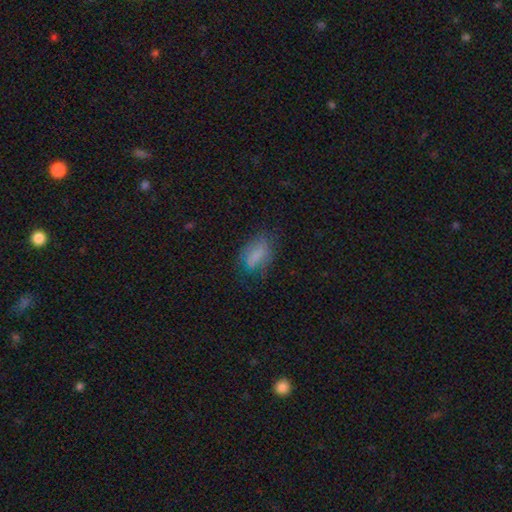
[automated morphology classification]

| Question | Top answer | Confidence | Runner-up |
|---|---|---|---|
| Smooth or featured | smooth | 69% | featured or disk (21%) |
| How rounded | in between | 85% | cigar-shaped (9%) |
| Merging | none | 56% | minor disturbance (27%) |